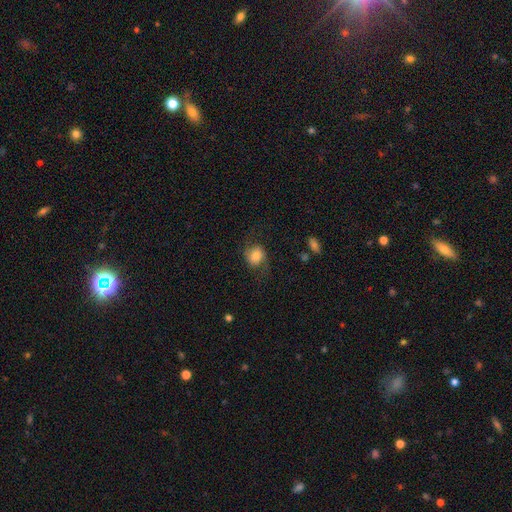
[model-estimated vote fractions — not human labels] Overall: smooth (62%; featured or disk 29%). How rounded: round (68%; in between 31%). Merging: none (63%).